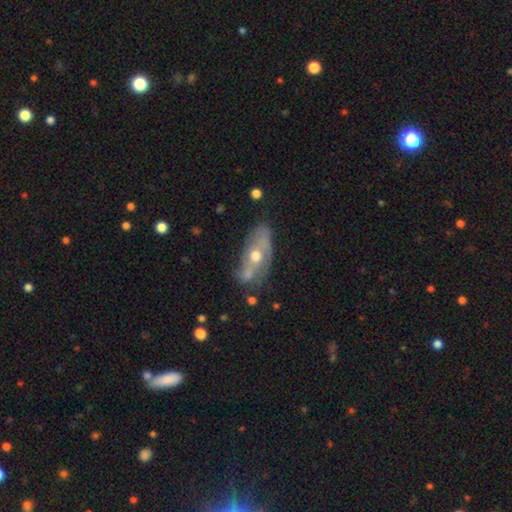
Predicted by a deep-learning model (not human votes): smooth-or-featured: featured or disk: 56% | smooth: 37% | star or artifact: 8%
  disk-edge-on: no: 81% | yes: 19%
  merging: none: 46% | minor disturbance: 28% | major disturbance: 15% | merger: 11%